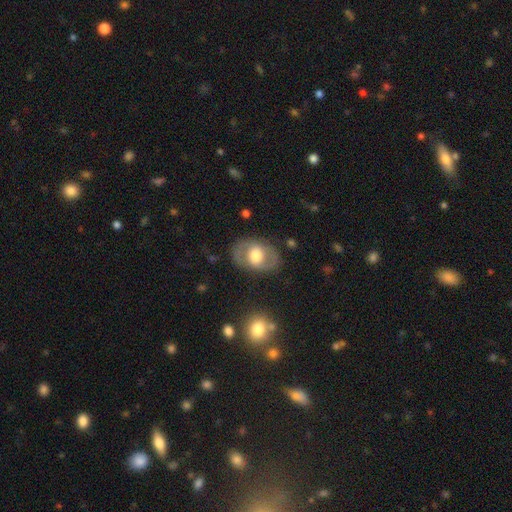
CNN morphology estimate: type=featured or disk (49%); merging=none (79%).